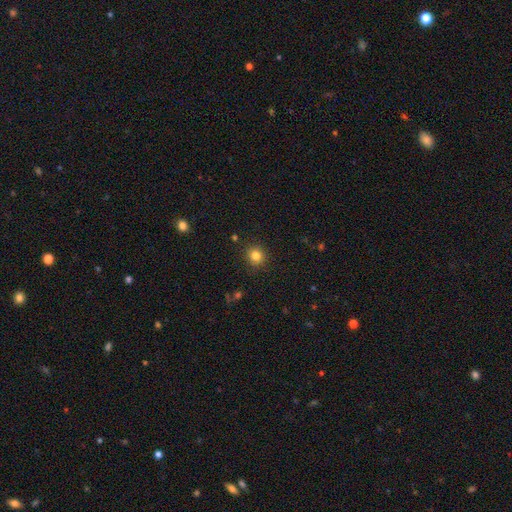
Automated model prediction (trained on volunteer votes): A smooth galaxy with no disk features (82%) that is round (91%). Merging: none (91%).